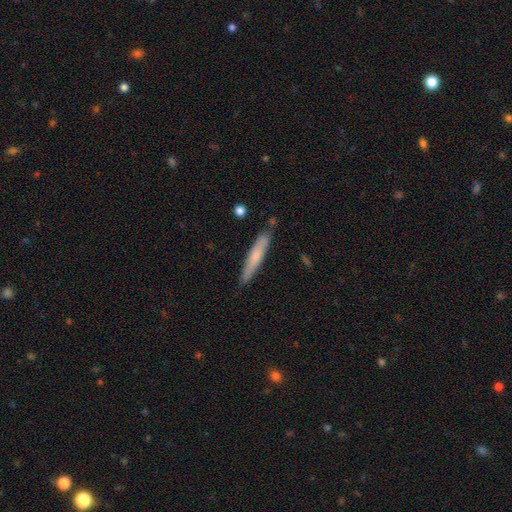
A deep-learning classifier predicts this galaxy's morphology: This appears to be a smooth galaxy with no disk features (67%) that is cigar-shaped (93%). Merging: none (84%).